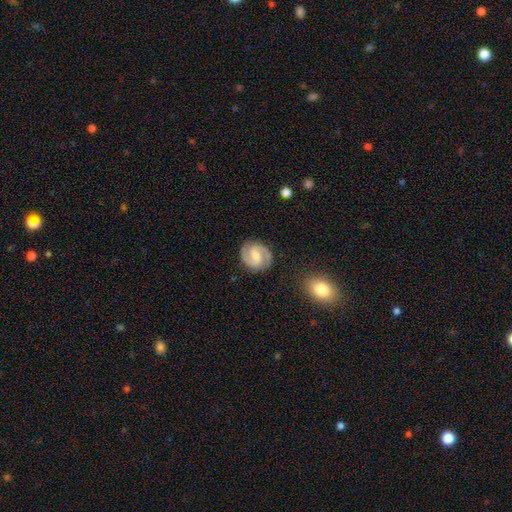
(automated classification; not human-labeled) This appears to be a featured or disk galaxy (86%) with a weak bar (53%), 2 (93%) medium (54%) spiral arms (97%) and a moderate central bulge (48%). Merging: none (87%).